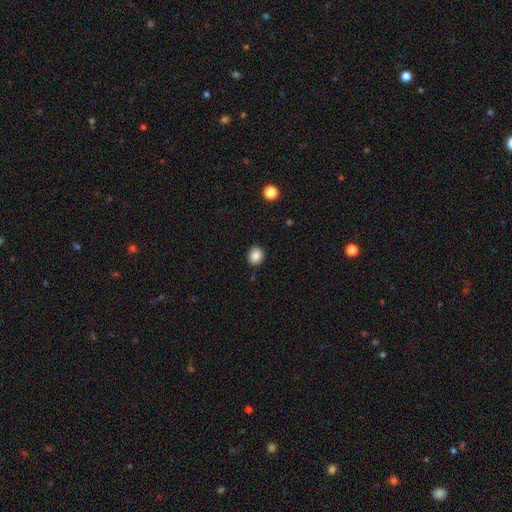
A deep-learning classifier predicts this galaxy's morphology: type=smooth (87%); roundness=round (64%); merging=none (89%).